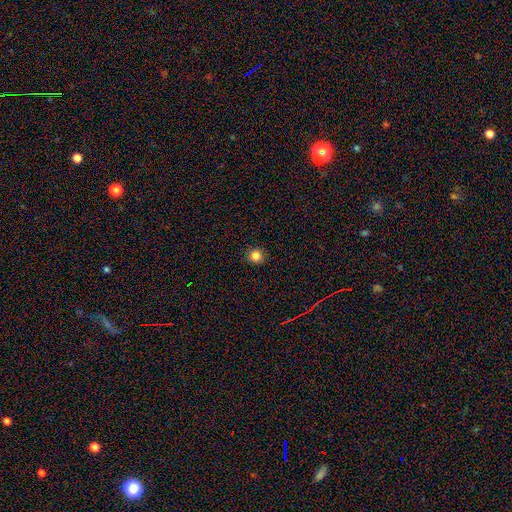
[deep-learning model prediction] Q: Smooth or featured?
A: smooth (83%); runner-up: star or artifact (13%)
Q: How rounded?
A: round (90%); runner-up: in between (9%)
Q: Merging?
A: none (90%); runner-up: minor disturbance (7%)